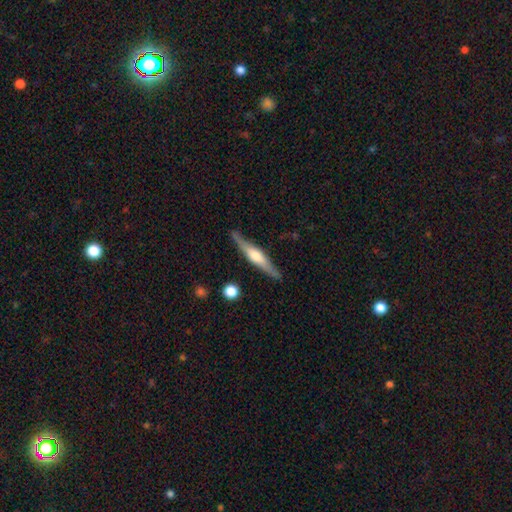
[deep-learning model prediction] Q: Smooth or featured?
A: featured or disk (70%); runner-up: smooth (25%)
Q: Edge-on disk?
A: yes (96%); runner-up: no (4%)
Q: Edge-on bulge?
A: rounded (83%); runner-up: boxy (12%)
Q: Merging?
A: none (86%); runner-up: minor disturbance (10%)